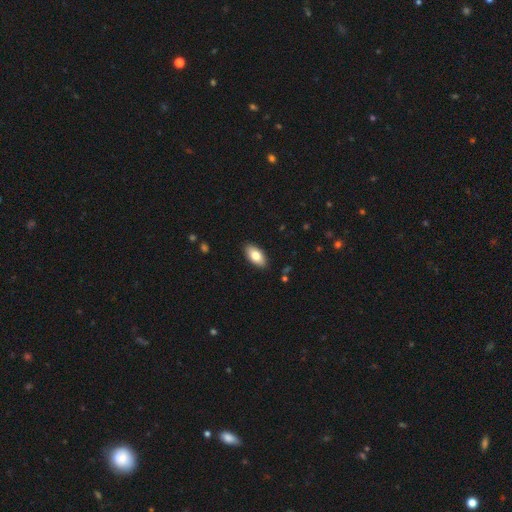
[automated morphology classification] A smooth galaxy with no disk features (80%) that is in between round and cigar-shaped (93%). Merging: none (89%).